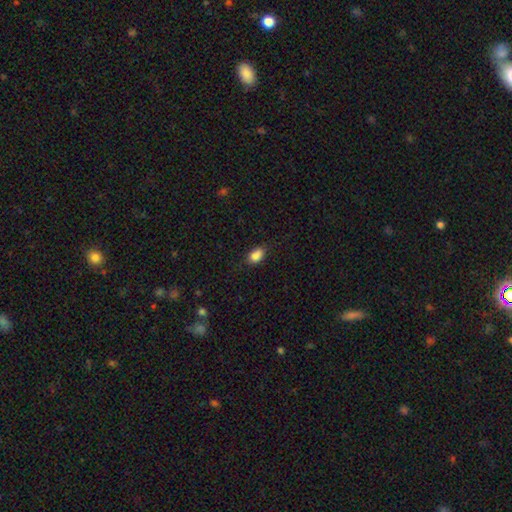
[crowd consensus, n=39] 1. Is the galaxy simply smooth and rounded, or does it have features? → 90% smooth, 5% featured or disk, 5% star or artifact.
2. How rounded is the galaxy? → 77% in between, 14% round, 9% cigar-shaped.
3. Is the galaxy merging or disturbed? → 65% none, 22% minor disturbance, 11% major disturbance, 3% merger.